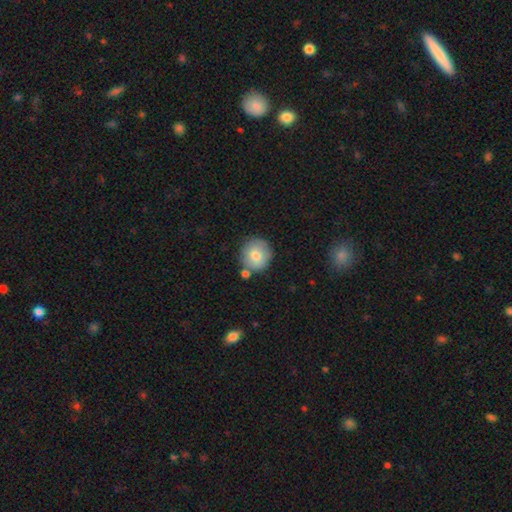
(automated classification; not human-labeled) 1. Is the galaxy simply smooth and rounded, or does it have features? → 78% smooth, 14% featured or disk, 8% star or artifact.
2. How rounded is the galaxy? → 90% round, 9% in between, 1% cigar-shaped.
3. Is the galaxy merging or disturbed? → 74% none, 12% minor disturbance, 11% merger, 3% major disturbance.